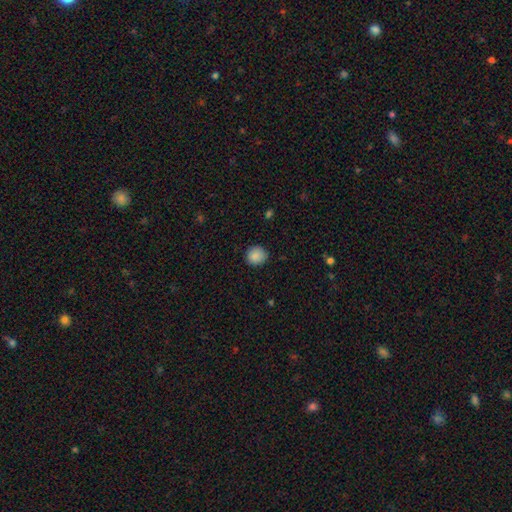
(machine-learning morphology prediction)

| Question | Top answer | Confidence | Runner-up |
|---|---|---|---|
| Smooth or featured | smooth | 88% | star or artifact (8%) |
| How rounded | round | 88% | in between (11%) |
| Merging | none | 86% | minor disturbance (11%) |